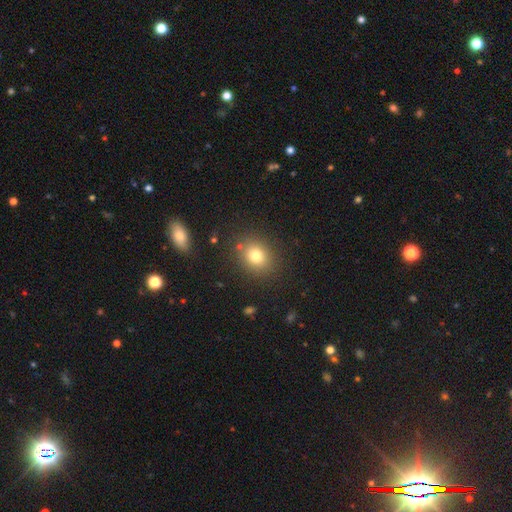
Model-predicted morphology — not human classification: type=smooth (77%); roundness=round (63%); merging=none (84%).